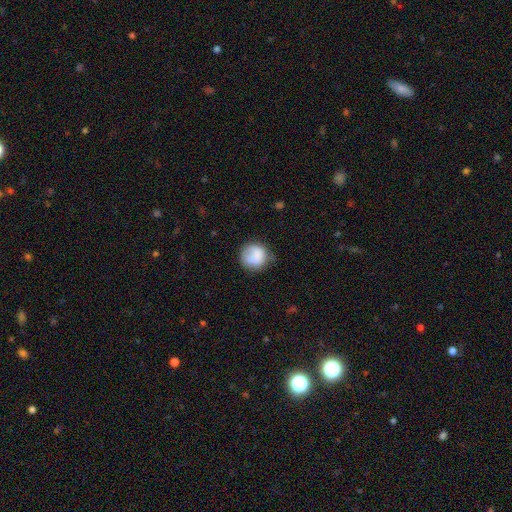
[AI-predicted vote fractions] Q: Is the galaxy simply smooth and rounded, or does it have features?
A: smooth — 82%.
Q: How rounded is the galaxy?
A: round — 87%.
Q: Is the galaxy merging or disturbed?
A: none — 62%.